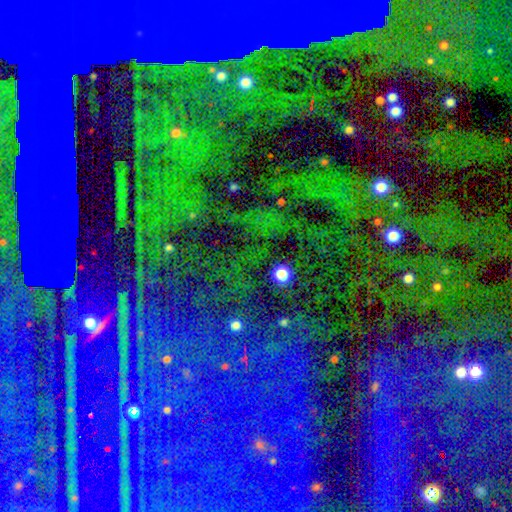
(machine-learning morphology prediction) A star or artifact, not a galaxy (59%).